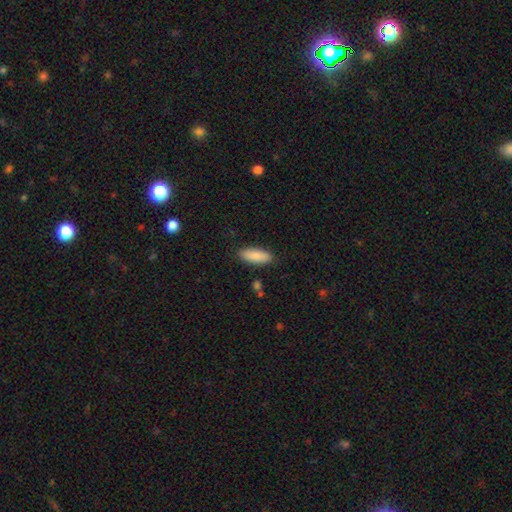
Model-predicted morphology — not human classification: A smooth galaxy with no disk features (88%) that is in between round and cigar-shaped (71%). Merging: none (87%).